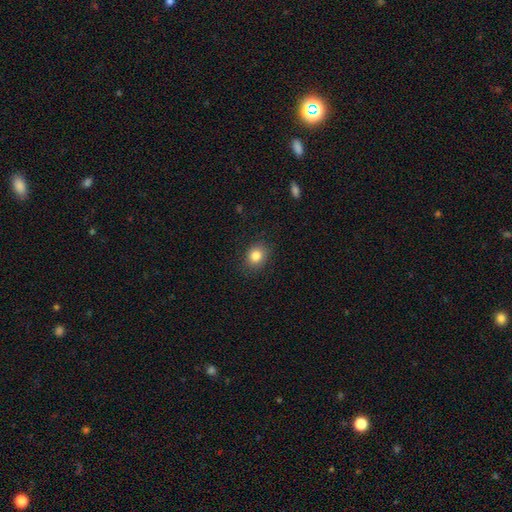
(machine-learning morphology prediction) Smooth or featured?
  - smooth: 84% *
  - star or artifact: 10%
  - featured or disk: 6%
How rounded?
  - round: 61% *
  - in between: 38%
  - cigar-shaped: 1%
Merging?
  - none: 87% *
  - minor disturbance: 9%
  - major disturbance: 3%
  - merger: 1%